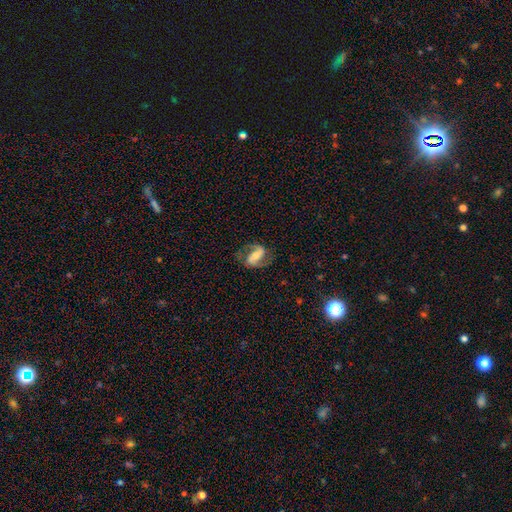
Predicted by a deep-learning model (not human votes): Q: Smooth or featured?
A: featured or disk (84%); runner-up: smooth (10%)
Q: Edge-on disk?
A: no (97%); runner-up: yes (3%)
Q: Bar?
A: strong (51%); runner-up: weak (32%)
Q: Spiral arms?
A: yes (95%); runner-up: no (5%)
Q: Spiral winding?
A: medium (51%); runner-up: loose (32%)
Q: Spiral arm count?
A: 2 (92%); runner-up: can't tell (3%)
Q: Bulge size?
A: moderate (42%); runner-up: small (41%)
Q: Merging?
A: none (77%); runner-up: minor disturbance (14%)